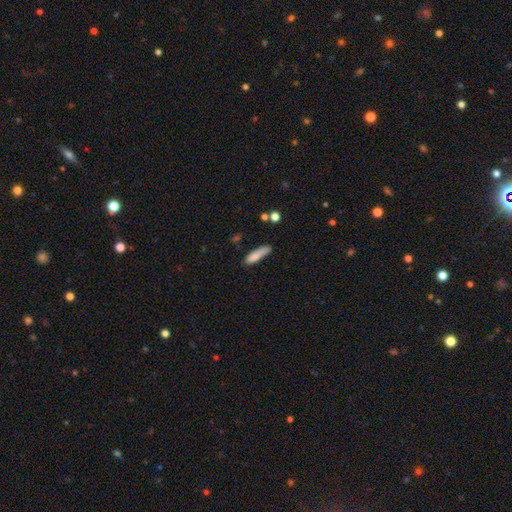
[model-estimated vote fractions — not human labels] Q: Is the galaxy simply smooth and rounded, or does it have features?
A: smooth — 81%.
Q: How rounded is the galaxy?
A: cigar-shaped — 72%.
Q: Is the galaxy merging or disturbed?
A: none — 65%.